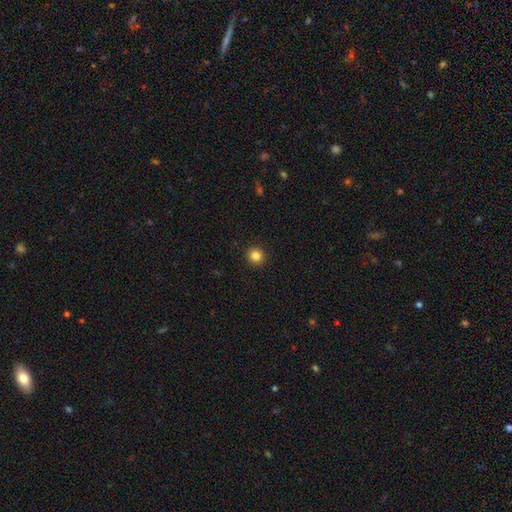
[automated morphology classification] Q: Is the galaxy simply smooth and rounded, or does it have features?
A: smooth — 84%.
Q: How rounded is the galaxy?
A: round — 93%.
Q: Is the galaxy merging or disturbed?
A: none — 93%.